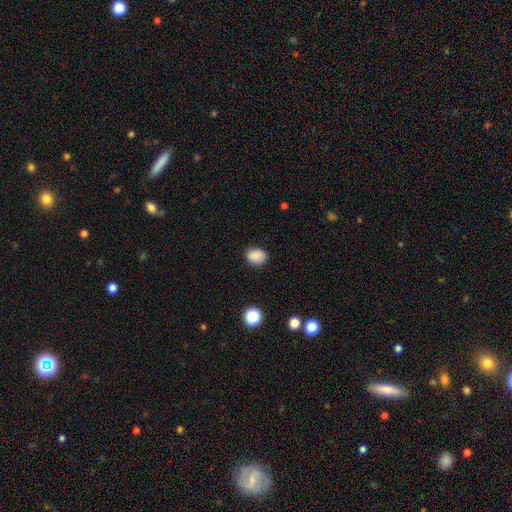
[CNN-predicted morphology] Overall: smooth (85%). How rounded: round (54%; in between 45%). Merging: none (82%).